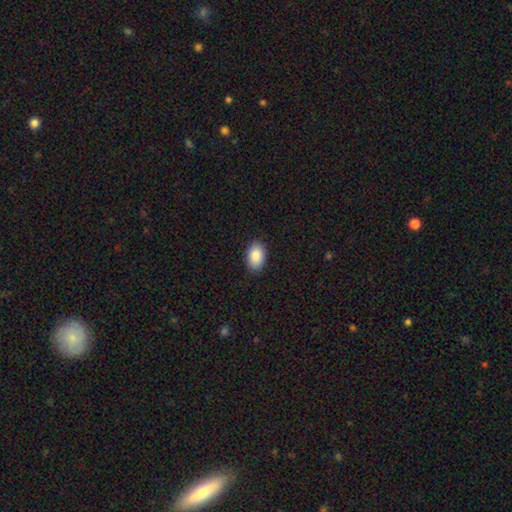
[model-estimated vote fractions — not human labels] The model was most divided on "merging": none: 88%, minor disturbance: 9%, major disturbance: 2%, merger: 1%. More confident: how rounded — in between (90%); smooth or featured — smooth (89%).